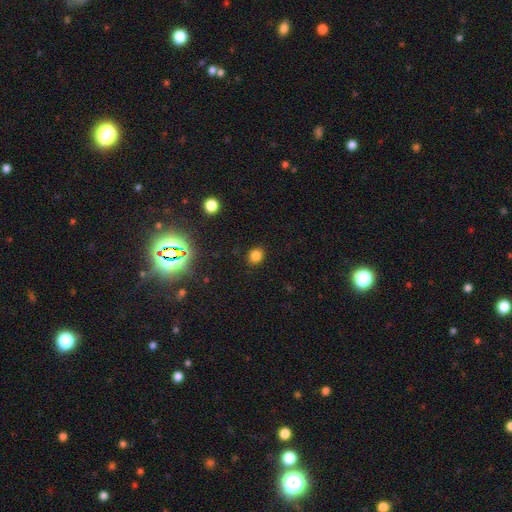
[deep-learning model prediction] The model was most divided on "how rounded": round: 71%, in between: 28%, cigar-shaped: 1%. More confident: merging — none (89%); smooth or featured — smooth (80%).